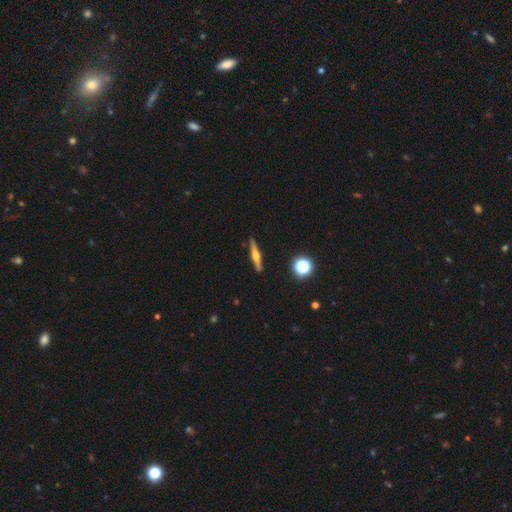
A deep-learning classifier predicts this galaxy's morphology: featured or disk 65%, smooth 28%, star or artifact 7%. Down the decision tree: edge-on disk — yes (97%); edge-on bulge — rounded (92%); merging — none (90%).